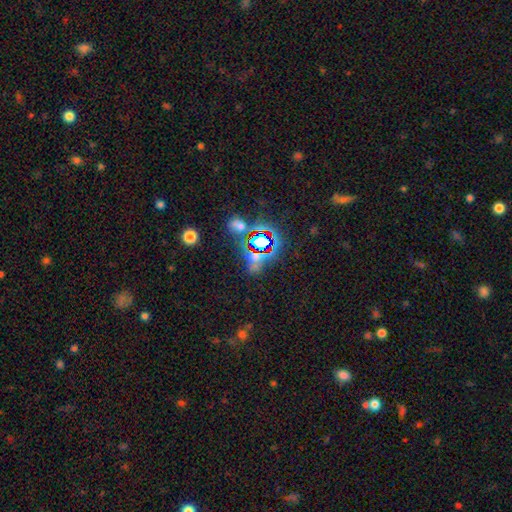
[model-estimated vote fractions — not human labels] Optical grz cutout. It shows a star or artifact, not a galaxy (69%).